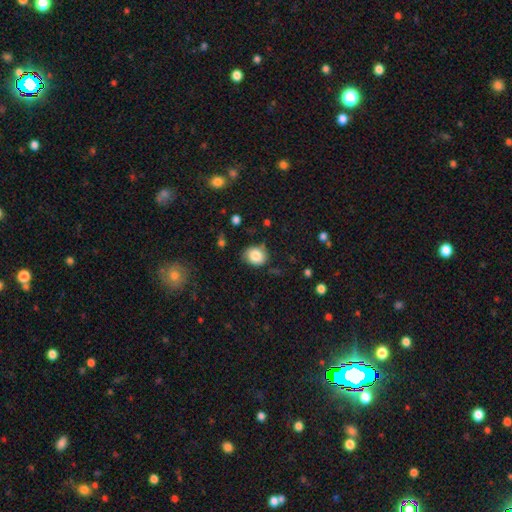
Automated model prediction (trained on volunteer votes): Smooth or featured? Predicted: smooth (p=0.83). How rounded? Predicted: round (p=0.64). Merging? Predicted: none (p=0.76).